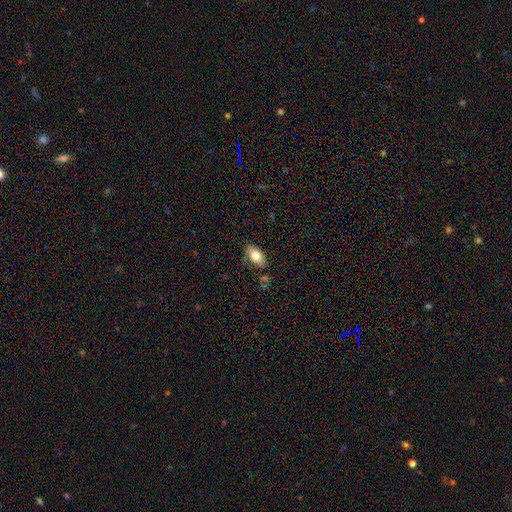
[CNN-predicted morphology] This is likely a smooth galaxy (79%). How rounded: clearly in between (91%). Merging: likely none (78%).